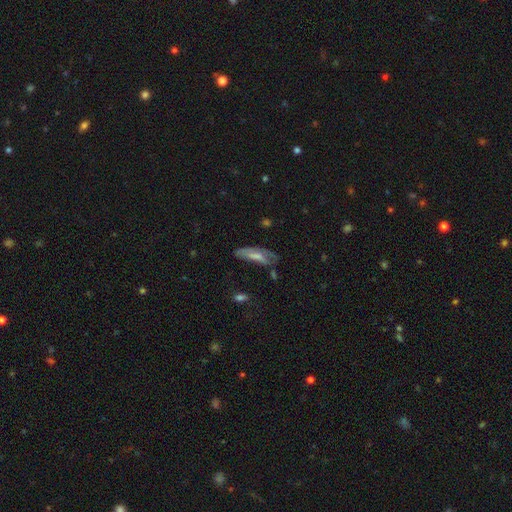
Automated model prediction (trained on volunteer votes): smooth-or-featured: smooth: 52% | featured or disk: 40% | star or artifact: 8%
  how-rounded: in between: 54% | cigar-shaped: 44% | round: 2%
  merging: none: 43% | minor disturbance: 30% | major disturbance: 22% | merger: 5%